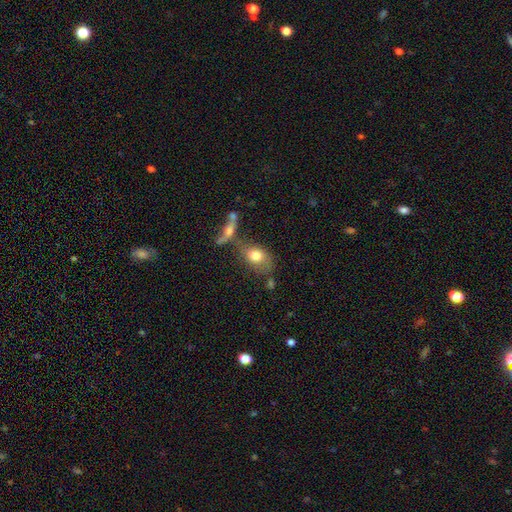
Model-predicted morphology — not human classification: A smooth galaxy with no disk features (72%) that is in between round and cigar-shaped (77%). Merging: none (44%).